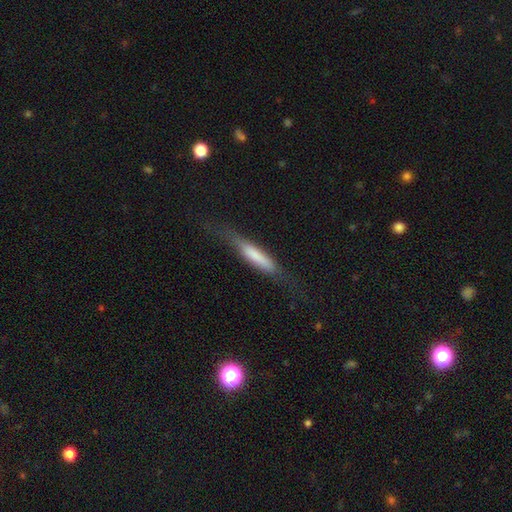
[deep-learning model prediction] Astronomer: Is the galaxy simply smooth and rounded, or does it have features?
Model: smooth — 64%.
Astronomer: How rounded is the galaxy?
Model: cigar-shaped — 86%.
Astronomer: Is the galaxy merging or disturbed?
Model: none — 67%.